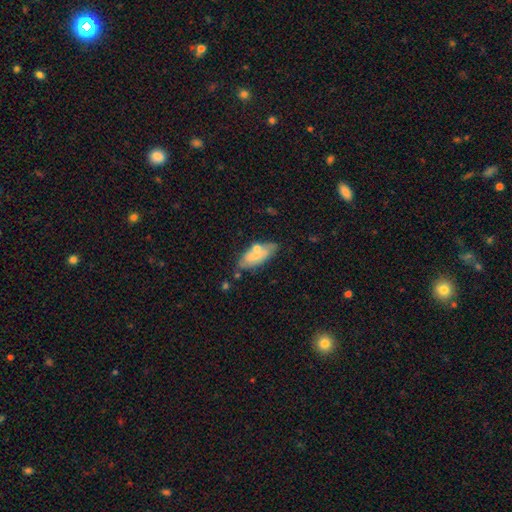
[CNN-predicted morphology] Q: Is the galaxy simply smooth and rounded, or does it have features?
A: smooth — 63%.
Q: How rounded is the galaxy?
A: in between — 79%.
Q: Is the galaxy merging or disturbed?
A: none — 60%.